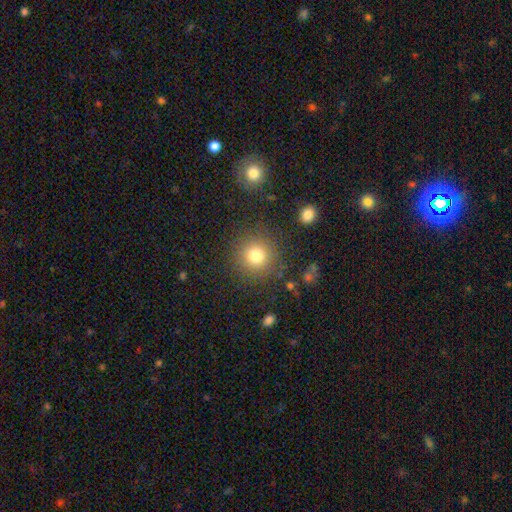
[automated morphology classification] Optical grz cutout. It shows a smooth galaxy with no disk features (77%) that is round (94%). Merging: none (87%).